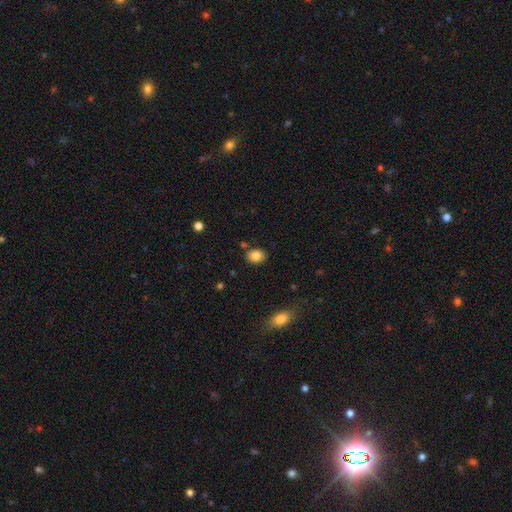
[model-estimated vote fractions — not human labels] Morphology: type=smooth (84%); roundness=in between (59%); merging=none (84%).